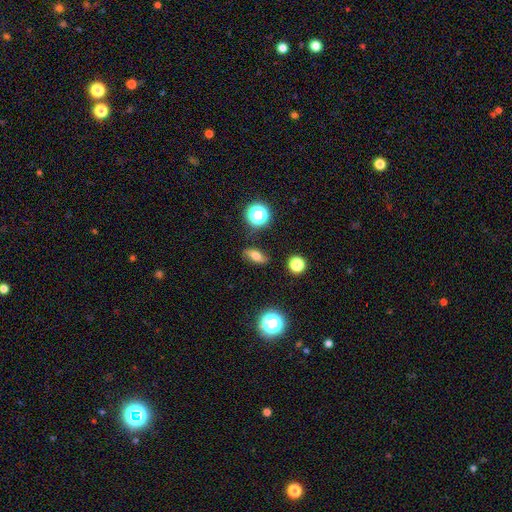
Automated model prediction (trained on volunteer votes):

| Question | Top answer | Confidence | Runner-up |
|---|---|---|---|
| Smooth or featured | smooth | 57% | featured or disk (29%) |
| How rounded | in between | 67% | cigar-shaped (18%) |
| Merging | none | 81% | minor disturbance (13%) |